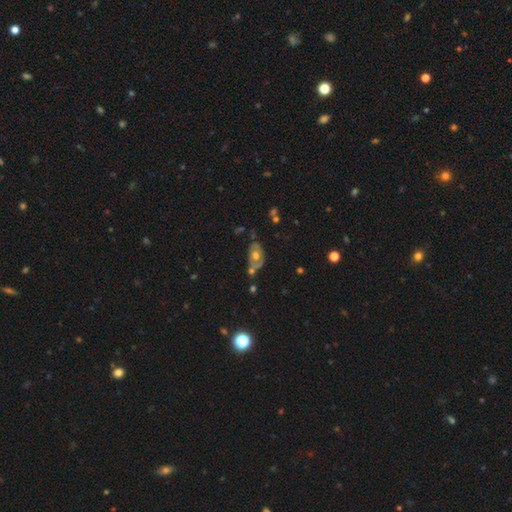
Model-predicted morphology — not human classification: smooth_or_featured: featured or disk (p=0.52) [alt: smooth p=0.38]
disk_edge_on: no (p=0.90) [alt: yes p=0.10]
merging: none (p=0.41) [alt: minor disturbance p=0.25]